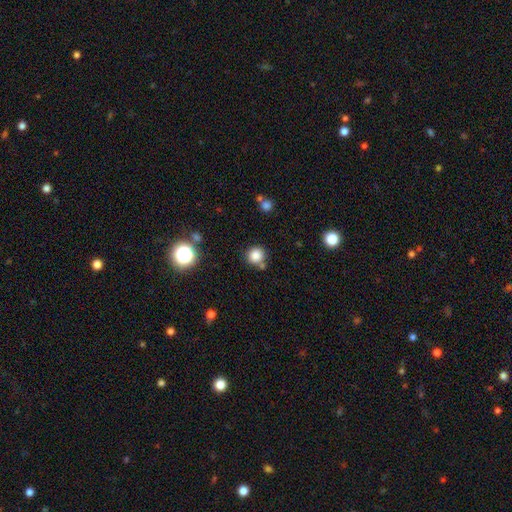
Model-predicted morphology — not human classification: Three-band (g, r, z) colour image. It shows a smooth galaxy with no disk features (82%) that is round (89%). Merging: none (73%).